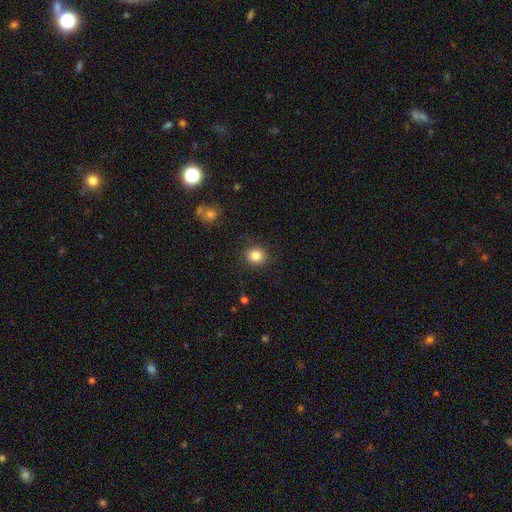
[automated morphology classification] smooth 84%, star or artifact 11%, featured or disk 5%. Down the decision tree: how rounded — round (86%); merging — none (89%).